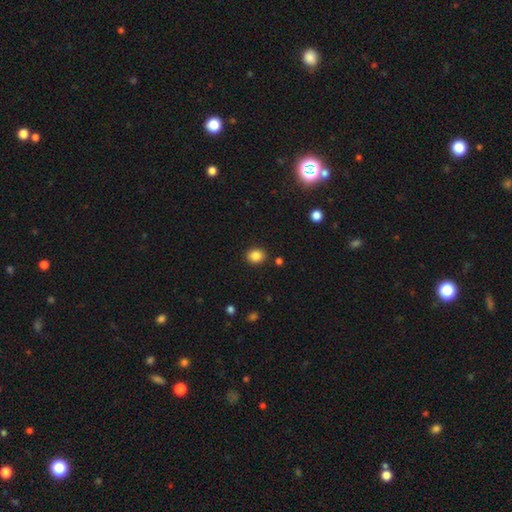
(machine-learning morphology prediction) type=smooth (85%); roundness=round (63%); merging=none (89%).